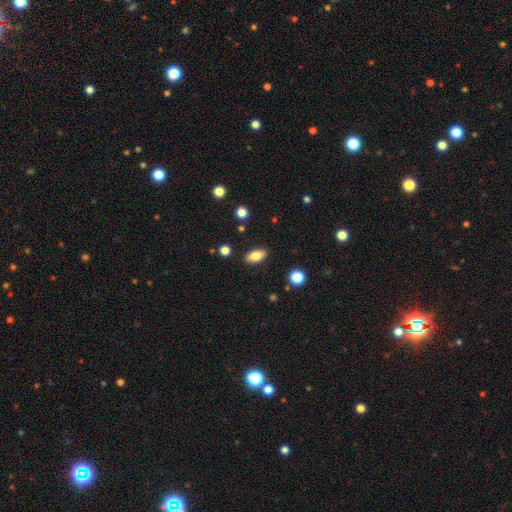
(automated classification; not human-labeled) Smooth or featured? smooth (82%)
How rounded? in between (88%)
Merging? none (88%)